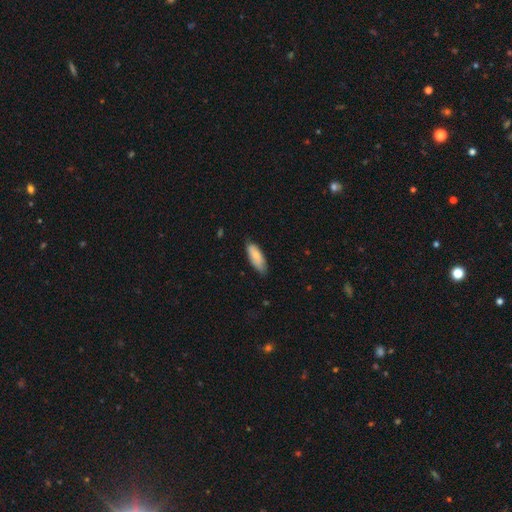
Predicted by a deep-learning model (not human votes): Smooth or featured? Predicted: smooth (p=0.76). How rounded? Predicted: in between (p=0.73). Merging? Predicted: none (p=0.76).